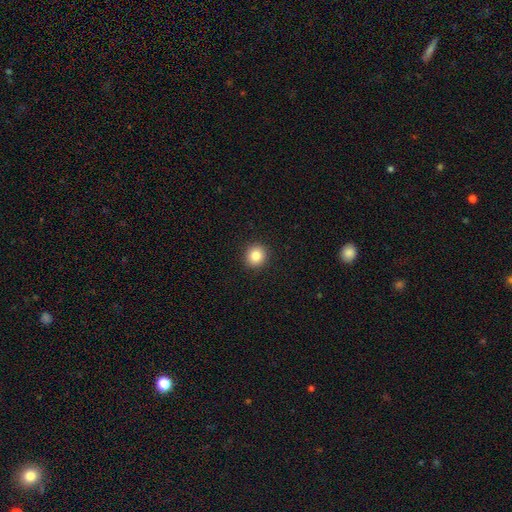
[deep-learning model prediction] Smooth or featured: smooth — 84% (star or artifact — 10%)
How rounded: round — 90% (in between — 9%)
Merging: none — 92% (minor disturbance — 5%)